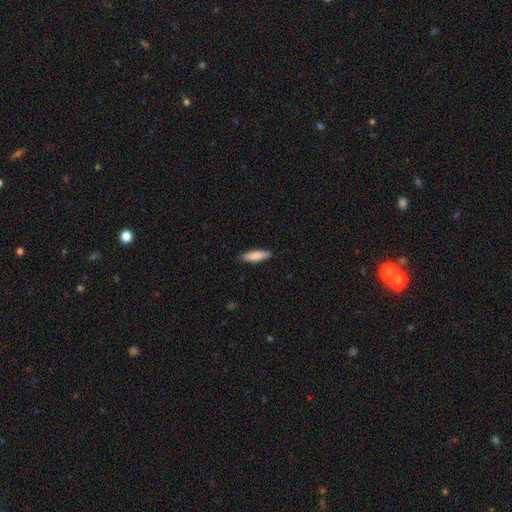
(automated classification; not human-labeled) Smooth or featured: smooth — 85% (featured or disk — 10%)
How rounded: cigar-shaped — 61% (in between — 38%)
Merging: none — 89% (minor disturbance — 8%)